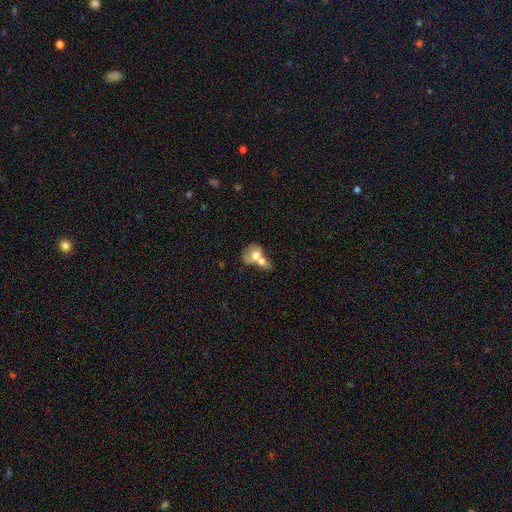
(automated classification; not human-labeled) Morphology: type=smooth (63%); roundness=in between (57%); merging=merger (78%).